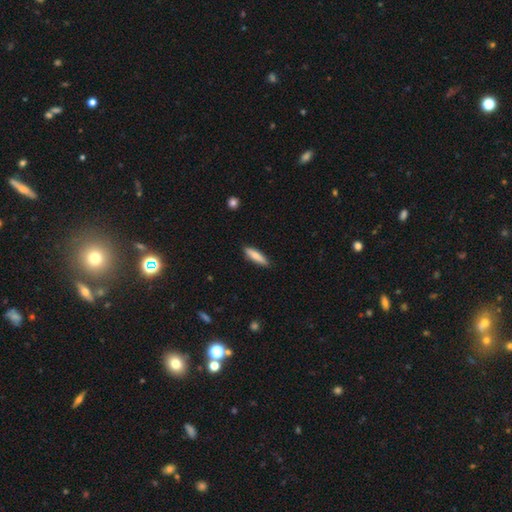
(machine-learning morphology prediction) The model was most divided on "how rounded": cigar-shaped: 73%, in between: 26%, round: 2%. More confident: merging — none (88%); smooth or featured — smooth (77%).